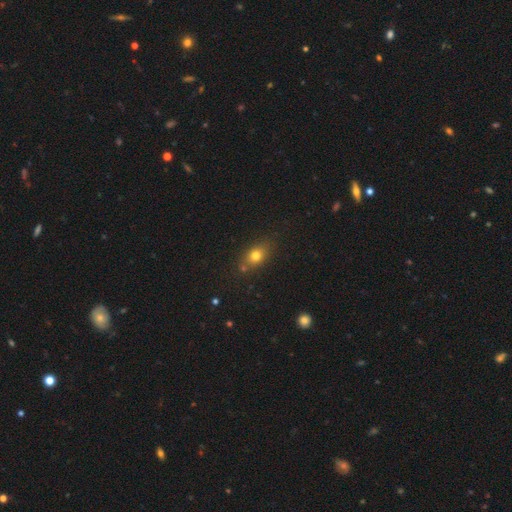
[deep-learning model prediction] This appears to be a smooth galaxy with no disk features (76%) that is in between round and cigar-shaped (61%). Merging: none (72%).